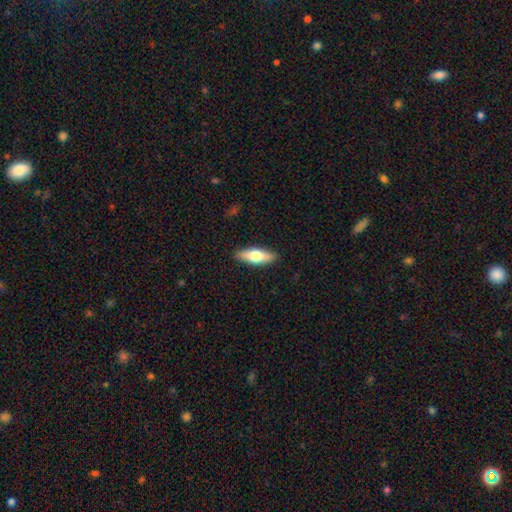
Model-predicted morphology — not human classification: smooth_or_featured: smooth (p=0.58) [alt: featured or disk p=0.36]
how_rounded: in between (p=0.54) [alt: cigar-shaped p=0.43]
merging: none (p=0.90) [alt: minor disturbance p=0.08]